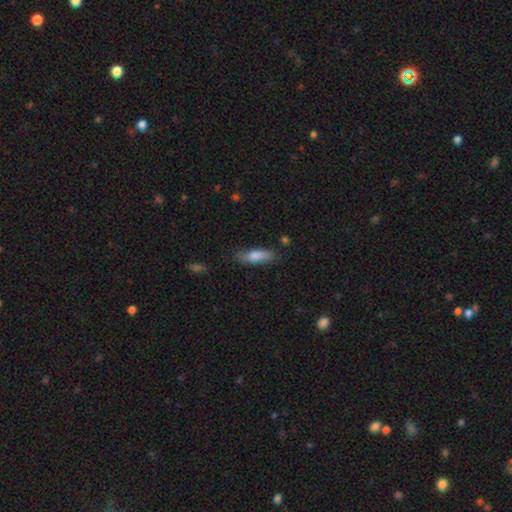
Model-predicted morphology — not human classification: This appears to be a smooth galaxy with no disk features (79%) that is cigar-shaped (51%). Merging: none (74%).